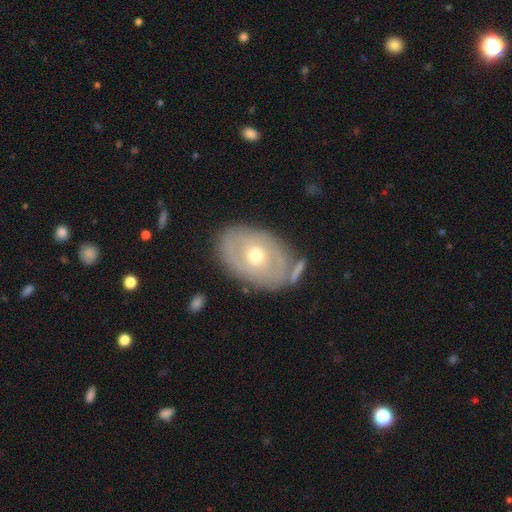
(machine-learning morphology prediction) A featured or disk galaxy (59%) with no bar (81%), no spiral arms (57%) and a moderate central bulge (58%). Merging: none (72%).